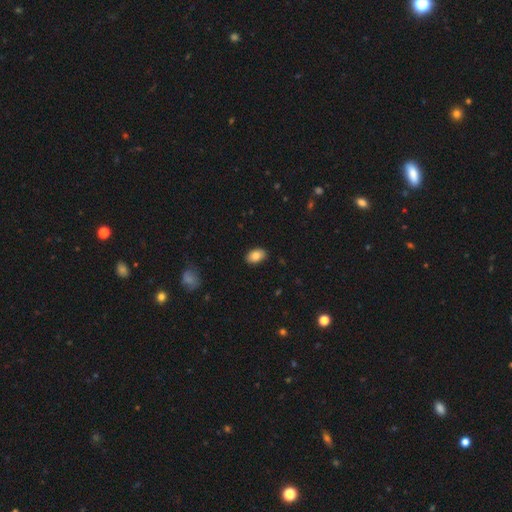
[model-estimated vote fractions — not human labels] Morphology: type=smooth (83%); roundness=in between (89%); merging=none (88%).